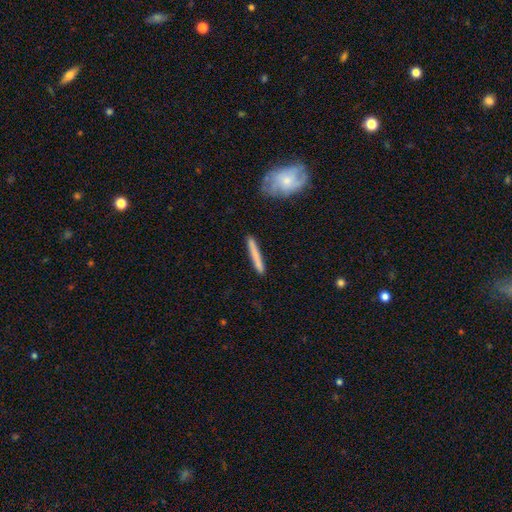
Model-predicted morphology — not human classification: smooth-or-featured: smooth: 69% | featured or disk: 25% | star or artifact: 6%
  how-rounded: cigar-shaped: 95% | in between: 3% | round: 2%
  merging: none: 87% | minor disturbance: 9% | merger: 2% | major disturbance: 2%